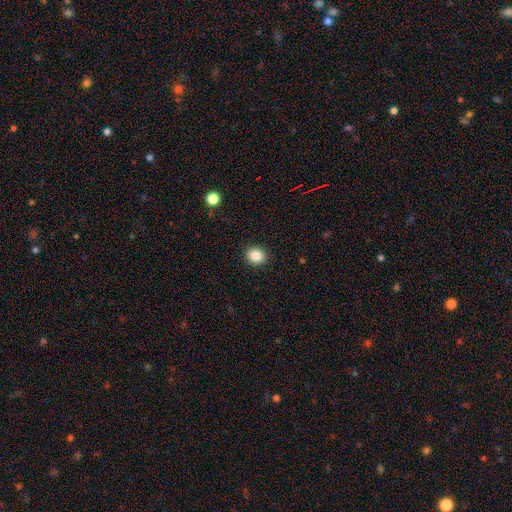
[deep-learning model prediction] Morphology: type=smooth (86%); roundness=round (77%); merging=none (91%).